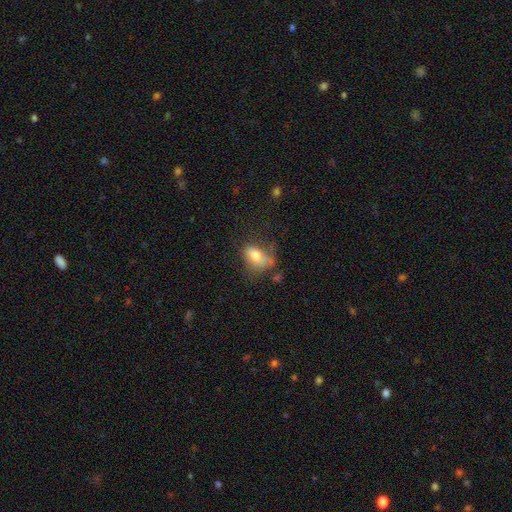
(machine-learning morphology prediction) smooth_or_featured: smooth (p=0.71) [alt: featured or disk p=0.20]
how_rounded: in between (p=0.86) [alt: round p=0.10]
merging: none (p=0.39) [alt: minor disturbance p=0.30]